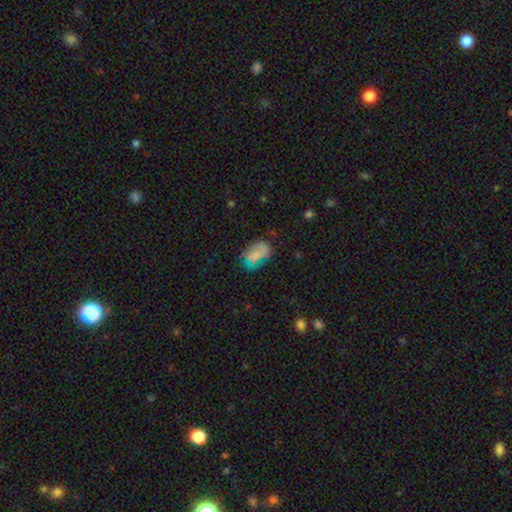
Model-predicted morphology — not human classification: Q: Smooth or featured?
A: smooth (66%); runner-up: featured or disk (23%)
Q: How rounded?
A: in between (90%); runner-up: round (8%)
Q: Merging?
A: none (53%); runner-up: minor disturbance (29%)